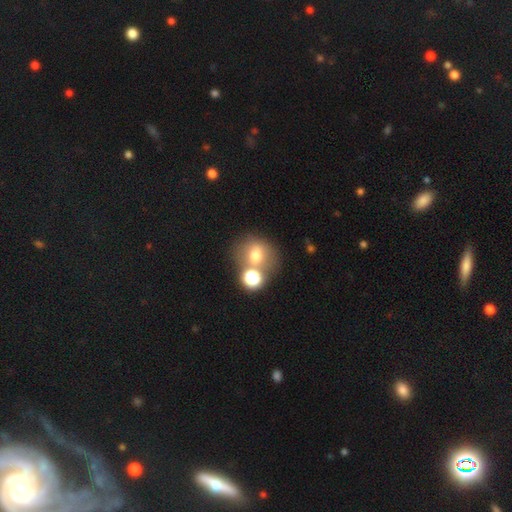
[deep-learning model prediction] Q: Smooth or featured?
A: smooth (65%); runner-up: featured or disk (19%)
Q: How rounded?
A: round (69%); runner-up: in between (30%)
Q: Merging?
A: none (52%); runner-up: merger (30%)